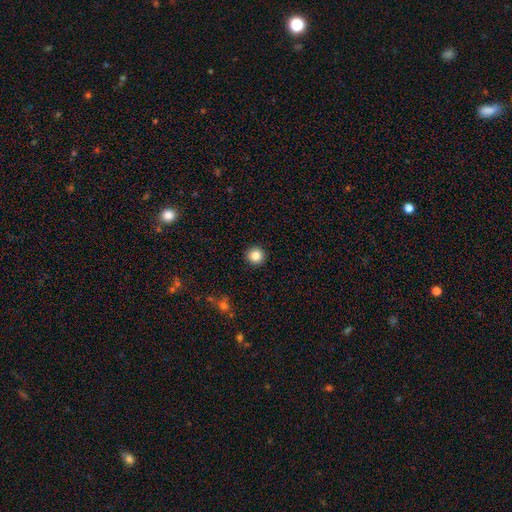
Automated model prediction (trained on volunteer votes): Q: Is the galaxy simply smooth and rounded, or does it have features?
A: smooth — 85%.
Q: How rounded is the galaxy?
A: round — 95%.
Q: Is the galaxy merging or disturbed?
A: none — 93%.